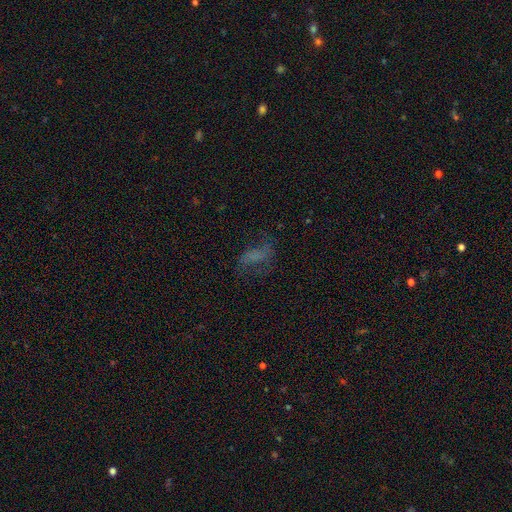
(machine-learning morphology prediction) Smooth or featured: featured or disk — 39% (tied with smooth — 39%)
Merging: none — 50% (major disturbance — 28%)